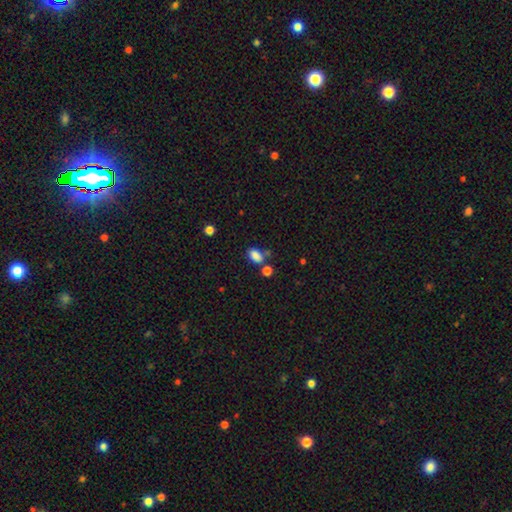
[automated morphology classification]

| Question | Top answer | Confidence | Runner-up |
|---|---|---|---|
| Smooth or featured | smooth | 85% | star or artifact (10%) |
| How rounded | in between | 89% | round (9%) |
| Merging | none | 61% | merger (18%) |